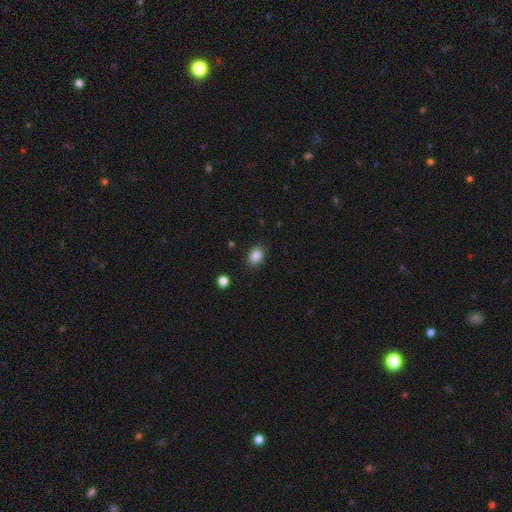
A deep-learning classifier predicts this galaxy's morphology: A smooth galaxy with no disk features (87%) that is in between round and cigar-shaped (73%).

Vote fractions:
- Smooth or featured? smooth: 87% / star or artifact: 9% / featured or disk: 4%
- How rounded? in between: 73% / round: 26% / cigar-shaped: 1%
- Merging? none: 86% / minor disturbance: 10% / major disturbance: 3% / merger: 2%